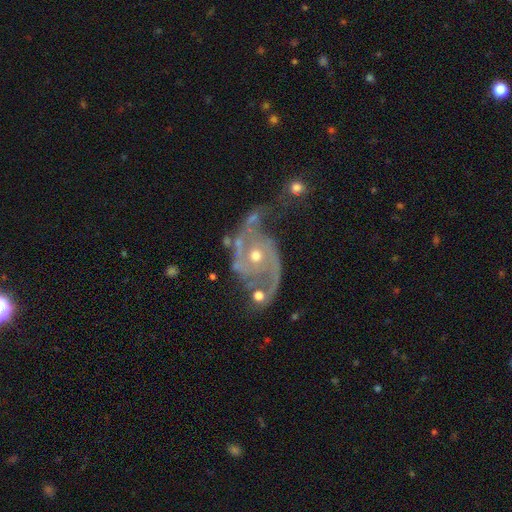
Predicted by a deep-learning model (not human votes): Smooth or featured: featured or disk — 90% (star or artifact — 6%)
Edge-on disk: no — 97% (yes — 3%)
Bar: no — 67% (weak — 25%)
Spiral arms: yes — 97% (no — 3%)
Spiral winding: medium — 50% (loose — 29%)
Spiral arm count: 2 — 87% (can't tell — 4%)
Bulge size: moderate — 58% (small — 38%)
Merging: none — 46% (minor disturbance — 23%)